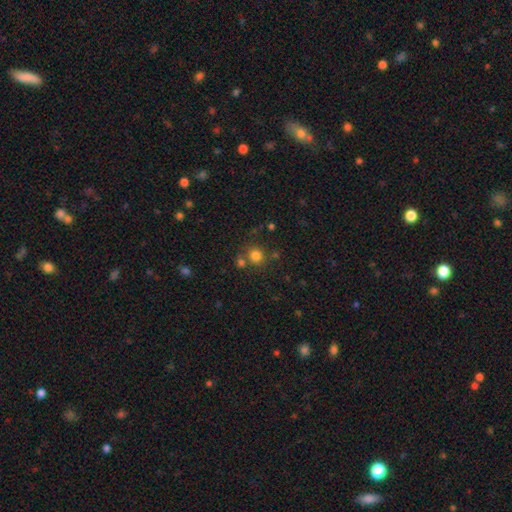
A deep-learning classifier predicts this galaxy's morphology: Smooth or featured: smooth — 78% (star or artifact — 15%)
How rounded: round — 89% (in between — 10%)
Merging: none — 70% (merger — 17%)